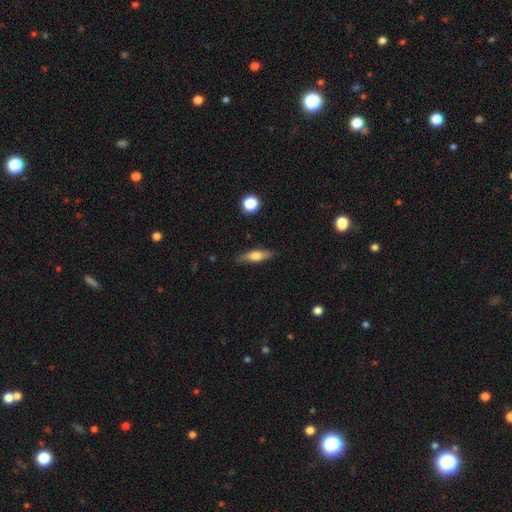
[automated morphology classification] Overall: smooth (57%; featured or disk 36%). How rounded: cigar-shaped (51%; in between 45%). Merging: none (82%).